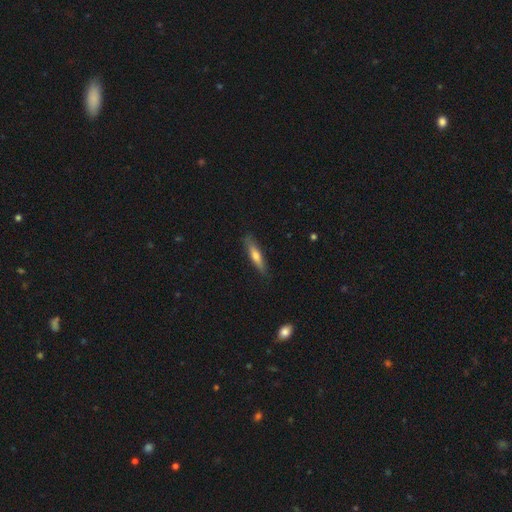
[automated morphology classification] Smooth or featured?
  - smooth: 60% *
  - featured or disk: 34%
  - star or artifact: 6%
How rounded?
  - cigar-shaped: 82% *
  - in between: 16%
  - round: 2%
Merging?
  - none: 85% *
  - minor disturbance: 12%
  - major disturbance: 2%
  - merger: 1%